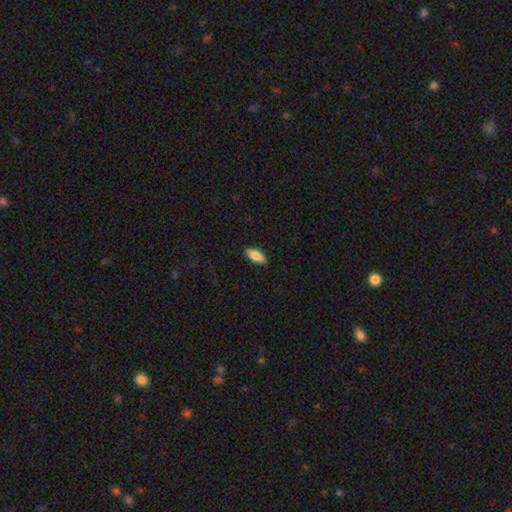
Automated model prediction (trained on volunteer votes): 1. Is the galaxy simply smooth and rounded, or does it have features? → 82% smooth, 12% featured or disk, 6% star or artifact.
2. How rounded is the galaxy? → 79% in between, 19% cigar-shaped, 2% round.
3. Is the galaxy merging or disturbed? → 89% none, 9% minor disturbance, 2% major disturbance, 1% merger.